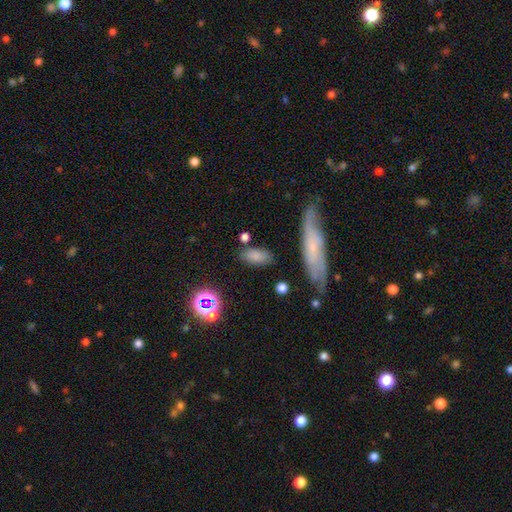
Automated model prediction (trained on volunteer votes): smooth-or-featured: smooth: 79% | featured or disk: 11% | star or artifact: 10%
  how-rounded: in between: 87% | cigar-shaped: 9% | round: 4%
  merging: none: 73% | minor disturbance: 16% | merger: 5% | major disturbance: 5%